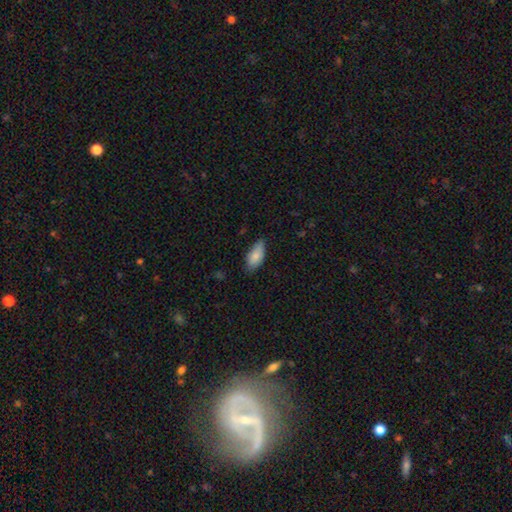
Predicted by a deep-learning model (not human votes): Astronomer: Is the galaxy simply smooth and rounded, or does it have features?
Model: smooth — 83%.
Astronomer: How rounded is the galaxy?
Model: in between — 89%.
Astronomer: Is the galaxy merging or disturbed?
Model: none — 72%.